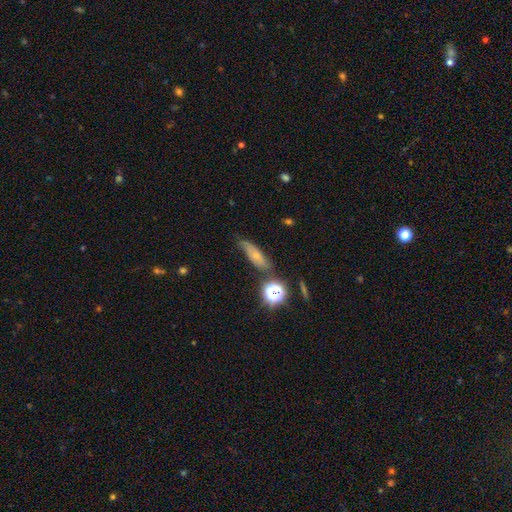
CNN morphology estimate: The model was most divided on "how rounded": in between: 47%, cigar-shaped: 44%, round: 9%. More confident: merging — none (59%); smooth or featured — smooth (57%).